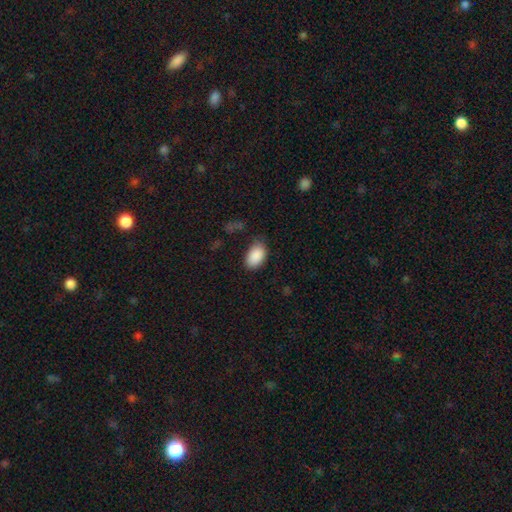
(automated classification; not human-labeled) A smooth galaxy with no disk features (89%) that is in between round and cigar-shaped (92%).

Vote fractions:
- Smooth or featured? smooth: 89% / star or artifact: 7% / featured or disk: 4%
- How rounded? in between: 92% / round: 7% / cigar-shaped: 1%
- Merging? none: 72% / minor disturbance: 20% / major disturbance: 6% / merger: 2%